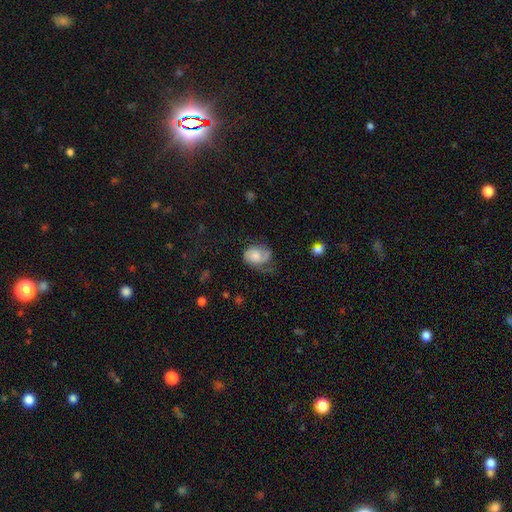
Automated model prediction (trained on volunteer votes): The model was most divided on "bulge size": moderate: 41%, small: 32%, large: 13%, none: 11%, dominant: 3%. Remaining: edge-on disk — no (97%); spiral arms — yes (88%); bar — no (74%); smooth or featured — featured or disk (56%); merging — none (43%).